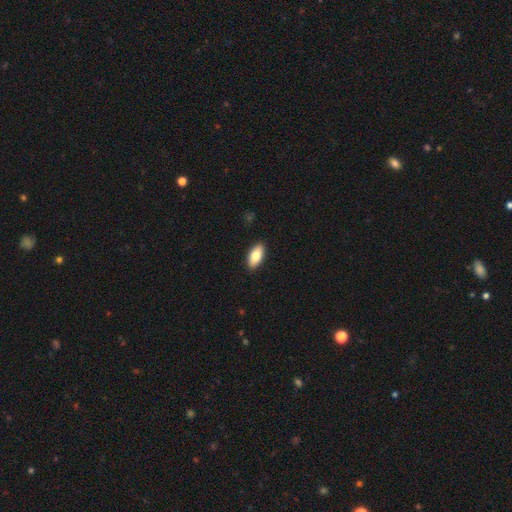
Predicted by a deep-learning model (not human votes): Smooth or featured: smooth — 80% (featured or disk — 14%)
How rounded: in between — 90% (cigar-shaped — 7%)
Merging: none — 90% (minor disturbance — 7%)